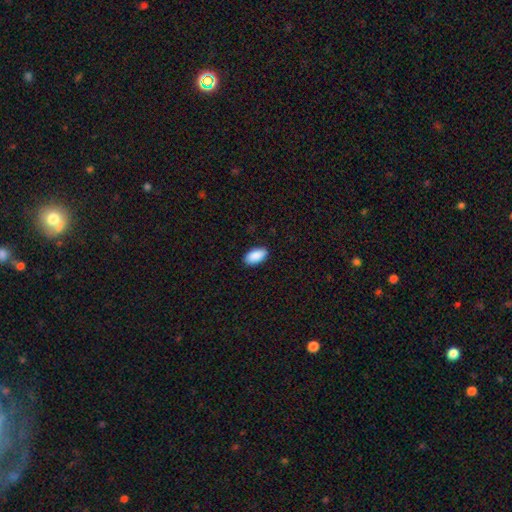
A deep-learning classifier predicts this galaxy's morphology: Smooth or featured: smooth — 91% (star or artifact — 6%)
How rounded: in between — 95% (cigar-shaped — 3%)
Merging: none — 89% (minor disturbance — 8%)